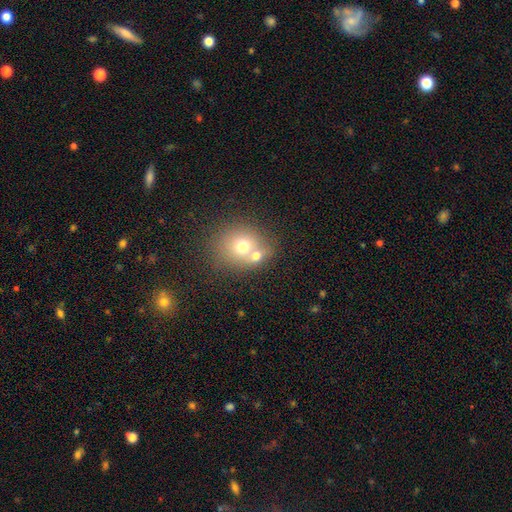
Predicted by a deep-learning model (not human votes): smooth 67%, featured or disk 21%, star or artifact 12%. Down the decision tree: how rounded — round (71%); merging — merger (52%).